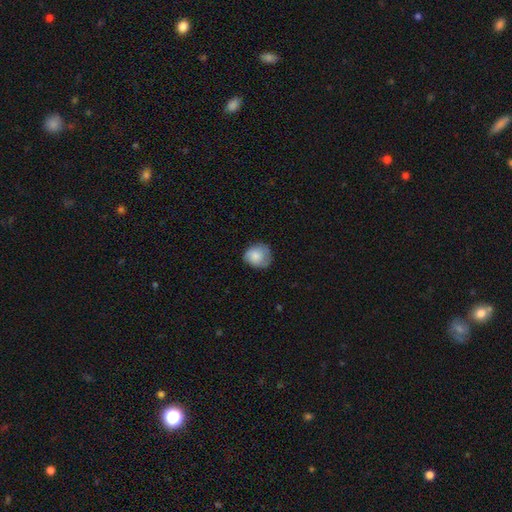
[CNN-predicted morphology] smooth_or_featured: smooth (p=0.79) [alt: featured or disk p=0.14]
how_rounded: round (p=0.74) [alt: in between p=0.26]
merging: none (p=0.63) [alt: minor disturbance p=0.29]